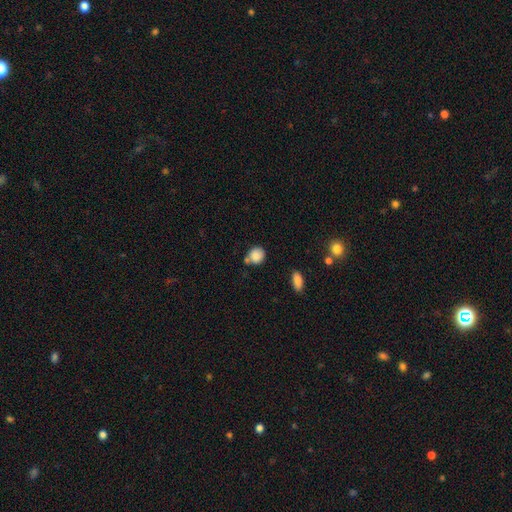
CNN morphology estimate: A smooth galaxy with no disk features (86%) that is round (77%).

Vote fractions:
- Smooth or featured? smooth: 86% / star or artifact: 9% / featured or disk: 5%
- How rounded? round: 77% / in between: 22% / cigar-shaped: 1%
- Merging? none: 62% / minor disturbance: 18% / merger: 15% / major disturbance: 5%